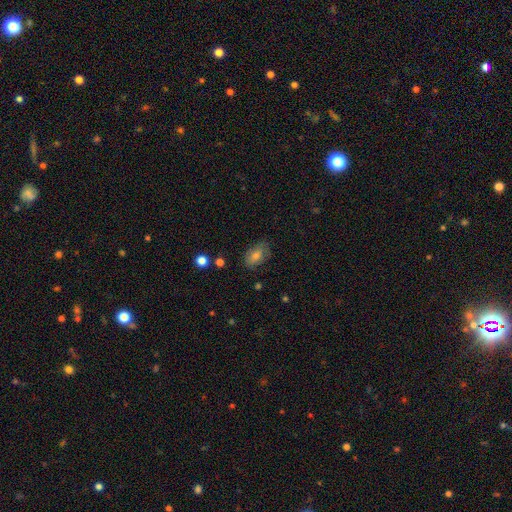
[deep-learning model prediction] This is likely a smooth galaxy (68%). How rounded: clearly in between (87%). Merging: likely none (75%).